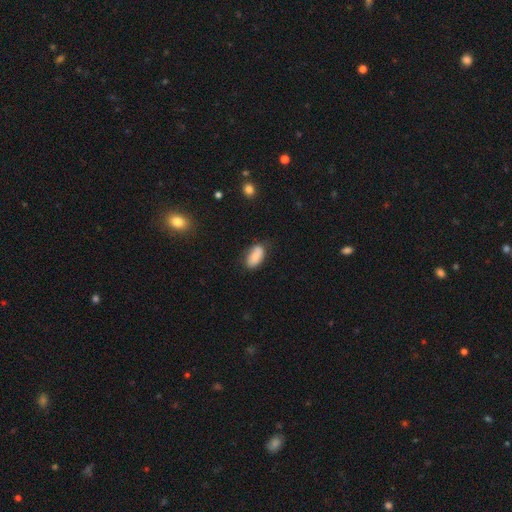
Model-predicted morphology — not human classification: Smooth or featured? Predicted: smooth (p=0.81). How rounded? Predicted: in between (p=0.92). Merging? Predicted: none (p=0.68).